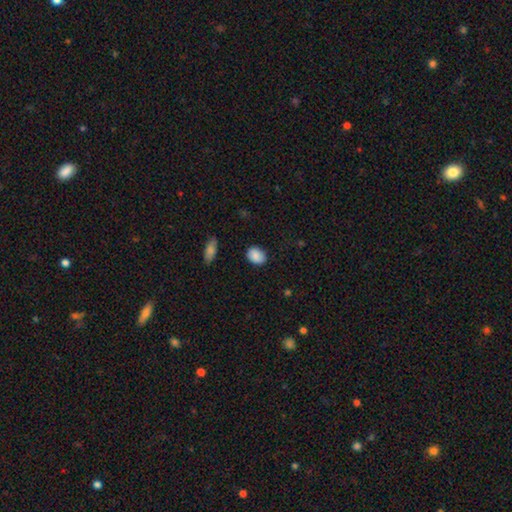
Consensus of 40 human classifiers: This appears to be a smooth galaxy with no disk features (80%) that is in between round and cigar-shaped (72%). Merging: none (79%).